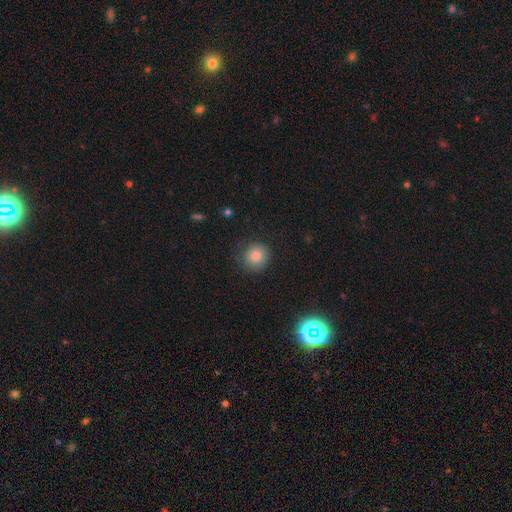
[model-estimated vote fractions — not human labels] A smooth galaxy with no disk features (82%) that is round (90%).

Vote fractions:
- Smooth or featured? smooth: 82% / star or artifact: 10% / featured or disk: 8%
- How rounded? round: 90% / in between: 9% / cigar-shaped: 1%
- Merging? none: 79% / minor disturbance: 15% / major disturbance: 5% / merger: 1%